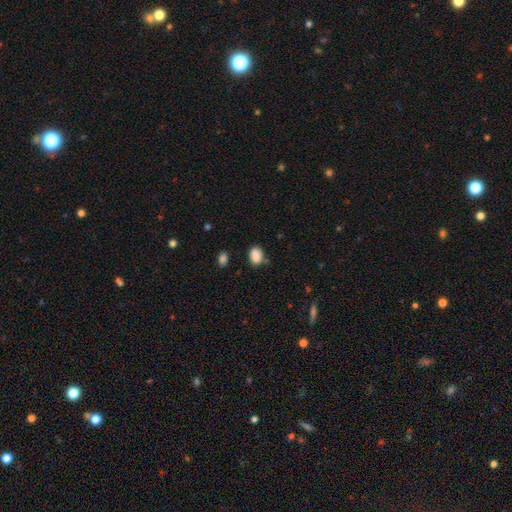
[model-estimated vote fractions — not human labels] A smooth galaxy with no disk features (87%) that is in between round and cigar-shaped (75%).

Vote fractions:
- Smooth or featured? smooth: 87% / star or artifact: 9% / featured or disk: 4%
- How rounded? in between: 75% / round: 24% / cigar-shaped: 1%
- Merging? none: 67% / minor disturbance: 22% / merger: 6% / major disturbance: 5%